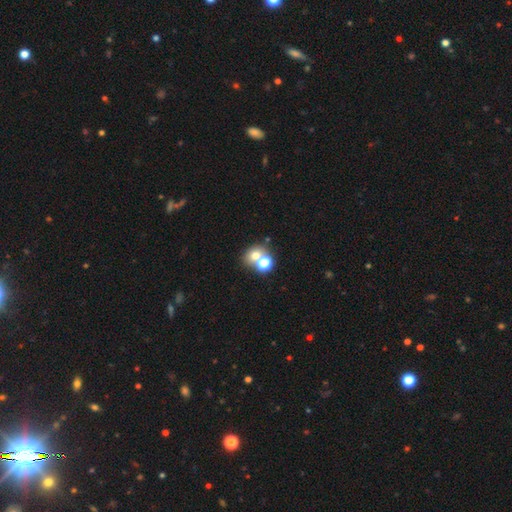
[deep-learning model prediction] This is likely a smooth galaxy (67%). How rounded: likely round (62%). Merging: possibly none (46%).